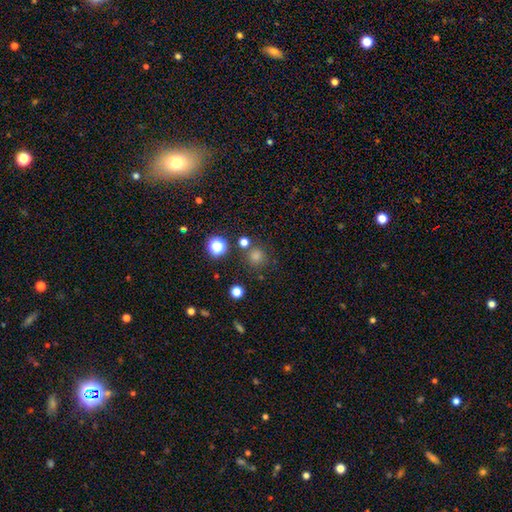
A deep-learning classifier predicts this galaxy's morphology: Smooth or featured: smooth — 64% (star or artifact — 30%)
How rounded: round — 92% (in between — 7%)
Merging: none — 82% (minor disturbance — 8%)